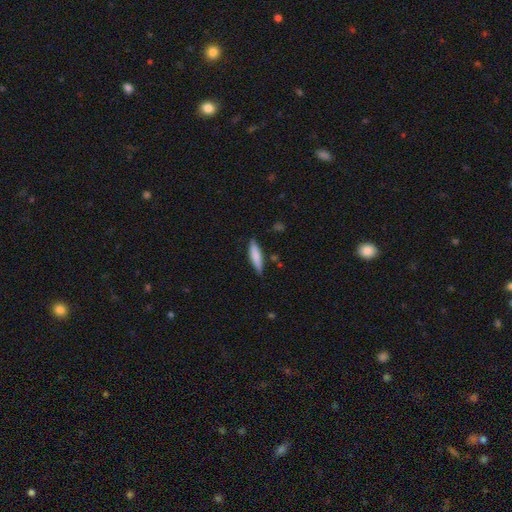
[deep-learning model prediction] Morphology: type=smooth (78%); roundness=cigar-shaped (77%); merging=none (81%).